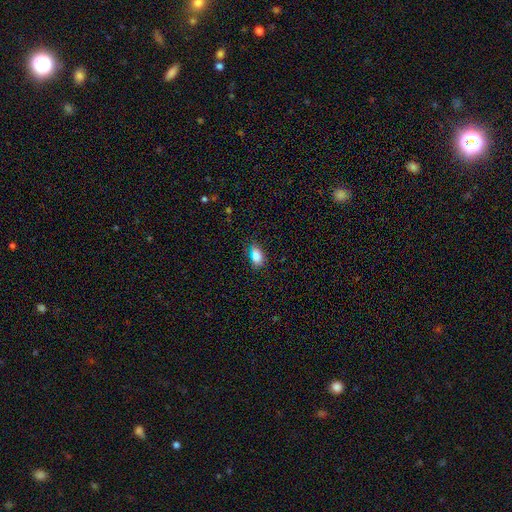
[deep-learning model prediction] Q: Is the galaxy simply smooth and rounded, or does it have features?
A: smooth — 83%.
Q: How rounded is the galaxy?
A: in between — 86%.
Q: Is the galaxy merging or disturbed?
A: none — 73%.